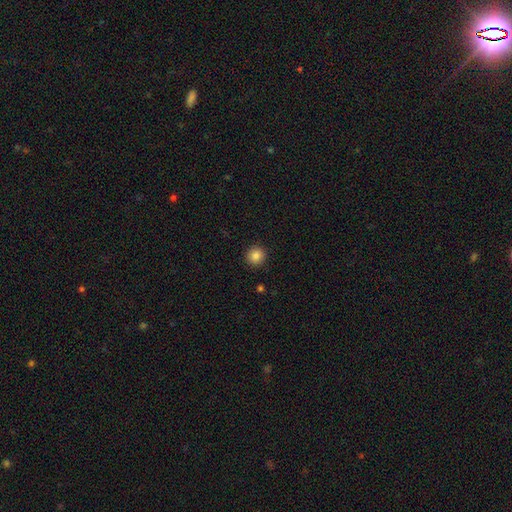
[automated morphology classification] Overall: smooth (86%). How rounded: round (93%). Merging: none (92%).